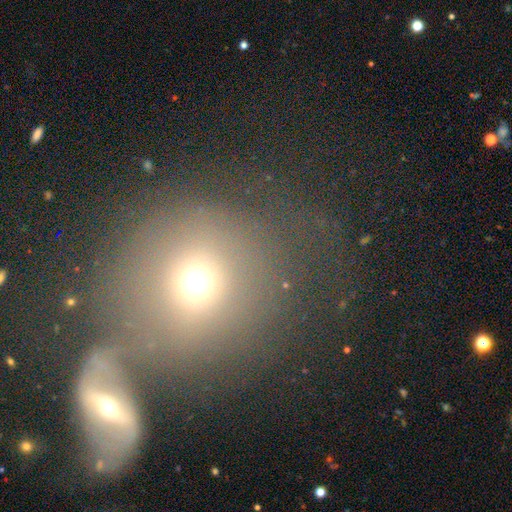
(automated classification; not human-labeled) Smooth or featured?
  - smooth: 61% *
  - featured or disk: 20%
  - star or artifact: 19%
How rounded?
  - round: 87% *
  - in between: 11%
  - cigar-shaped: 1%
Merging?
  - none: 46% *
  - merger: 26%
  - major disturbance: 14%
  - minor disturbance: 14%